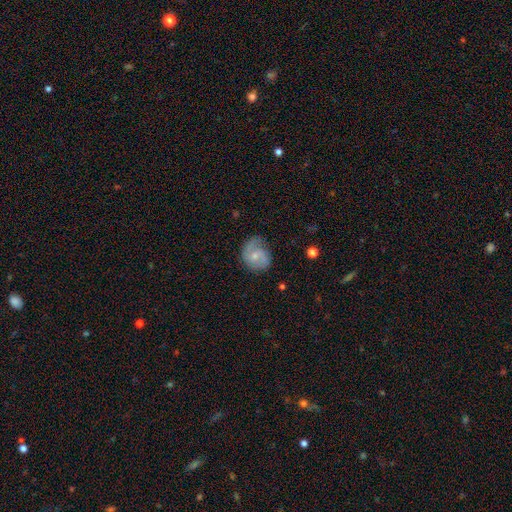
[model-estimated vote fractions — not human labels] This appears to be a featured or disk galaxy (68%) with no bar (58%), 2 (66%) medium (47%) spiral arms (92%) and a small central bulge (57%). Merging: none (61%).